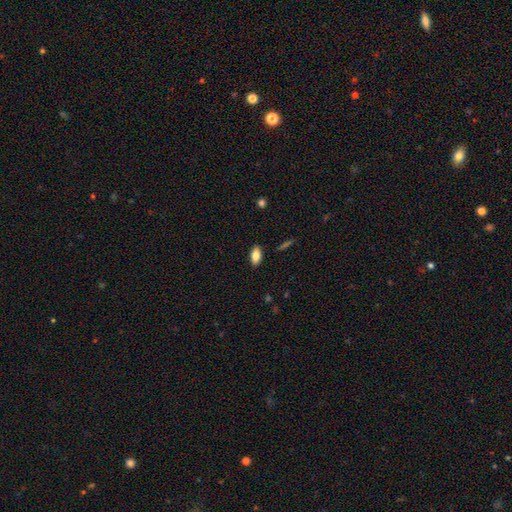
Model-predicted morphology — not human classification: smooth-or-featured: smooth: 79% | featured or disk: 14% | star or artifact: 8%
  how-rounded: in between: 89% | cigar-shaped: 7% | round: 4%
  merging: none: 88% | minor disturbance: 9% | major disturbance: 2% | merger: 1%